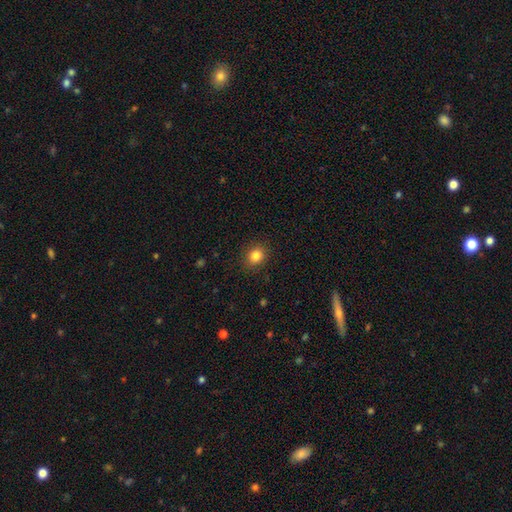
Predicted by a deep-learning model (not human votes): smooth_or_featured: smooth (p=0.83) [alt: star or artifact p=0.11]
how_rounded: round (p=0.66) [alt: in between p=0.33]
merging: none (p=0.88) [alt: minor disturbance p=0.09]